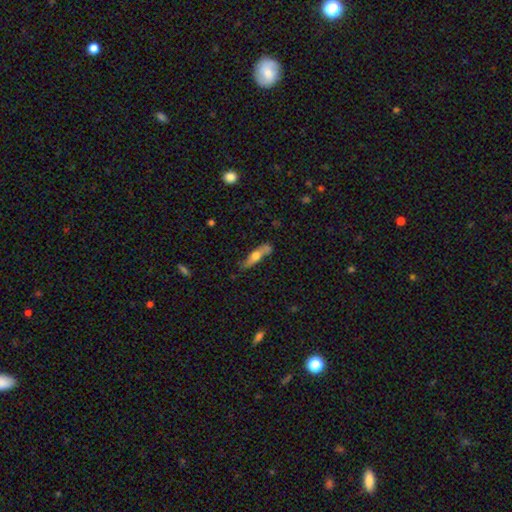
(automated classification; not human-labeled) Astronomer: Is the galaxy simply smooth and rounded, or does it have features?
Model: smooth — 47% (runner-up: featured or disk, 46%).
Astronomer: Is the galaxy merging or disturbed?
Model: none — 62%.